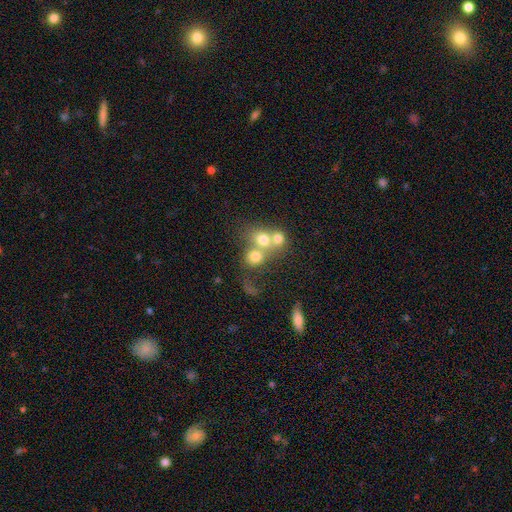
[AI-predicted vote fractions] This is likely a smooth galaxy (63%). How rounded: likely round (71%). Merging: possibly merger (57%).